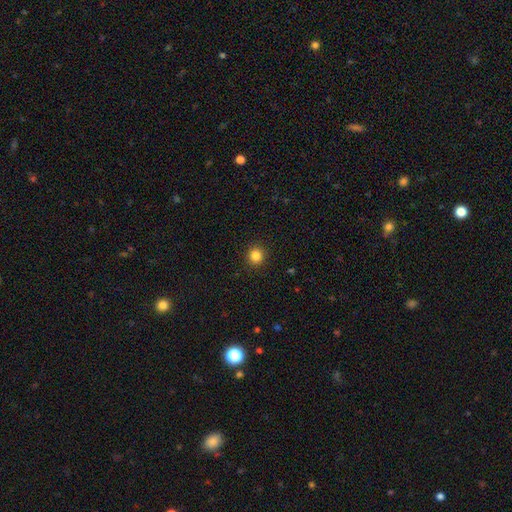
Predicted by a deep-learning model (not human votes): Q: Smooth or featured?
A: smooth (84%); runner-up: star or artifact (12%)
Q: How rounded?
A: round (93%); runner-up: in between (6%)
Q: Merging?
A: none (92%); runner-up: minor disturbance (5%)